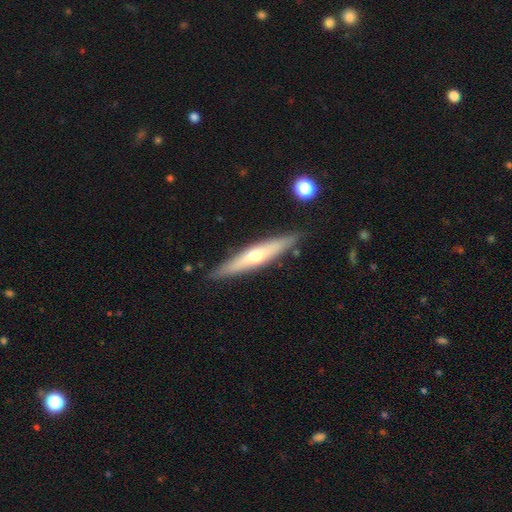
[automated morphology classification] type=featured or disk (54%); edge-on=yes (89%); merging=none (87%).